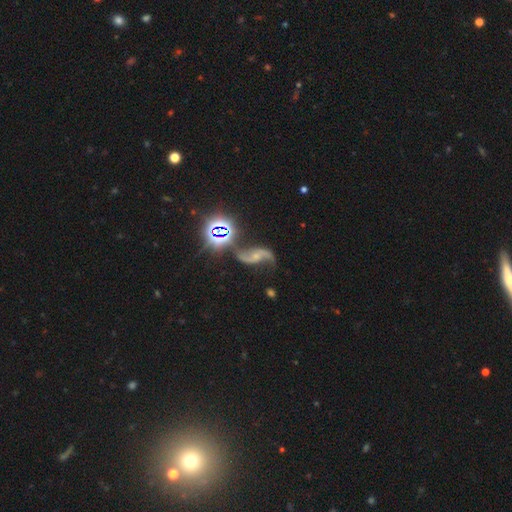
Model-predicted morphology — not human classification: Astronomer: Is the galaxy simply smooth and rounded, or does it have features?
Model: featured or disk — 80%.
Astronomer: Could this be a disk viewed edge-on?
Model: no — 97%.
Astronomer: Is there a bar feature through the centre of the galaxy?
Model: no — 58%.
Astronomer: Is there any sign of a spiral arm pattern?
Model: yes — 95%.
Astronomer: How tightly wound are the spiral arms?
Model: loose — 88%.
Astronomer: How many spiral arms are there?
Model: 2 — 93%.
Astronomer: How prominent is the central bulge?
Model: small — 62%.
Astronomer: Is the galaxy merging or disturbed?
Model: none — 61%.